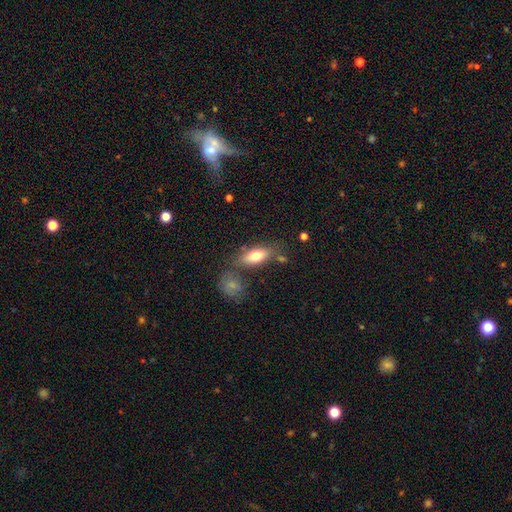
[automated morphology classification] Smooth or featured?
  - smooth: 74% *
  - featured or disk: 19%
  - star or artifact: 7%
How rounded?
  - in between: 80% *
  - cigar-shaped: 16%
  - round: 4%
Merging?
  - none: 69% *
  - minor disturbance: 15%
  - merger: 12%
  - major disturbance: 5%